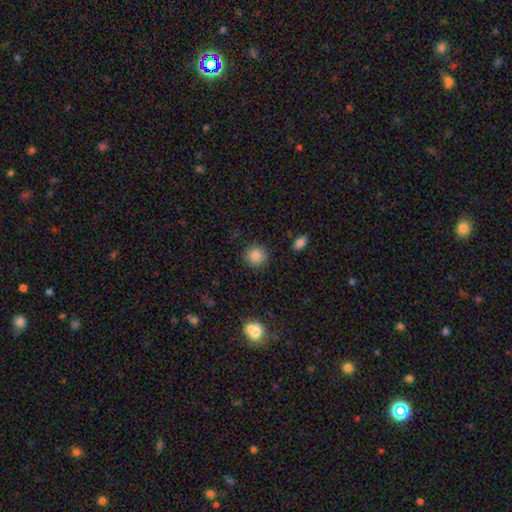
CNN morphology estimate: Smooth or featured?
  - smooth: 86% *
  - star or artifact: 10%
  - featured or disk: 4%
How rounded?
  - round: 90% *
  - in between: 9%
  - cigar-shaped: 1%
Merging?
  - none: 89% *
  - minor disturbance: 7%
  - major disturbance: 3%
  - merger: 1%